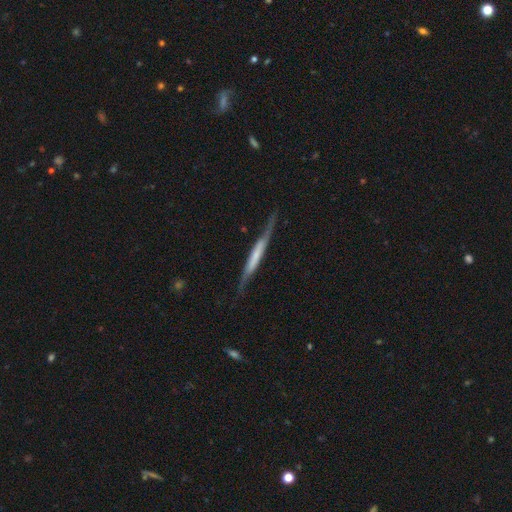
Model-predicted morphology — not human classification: Smooth or featured? featured or disk (62%)
Edge-on disk? yes (85%)
Edge-on bulge? none (61%)
Merging? none (66%)